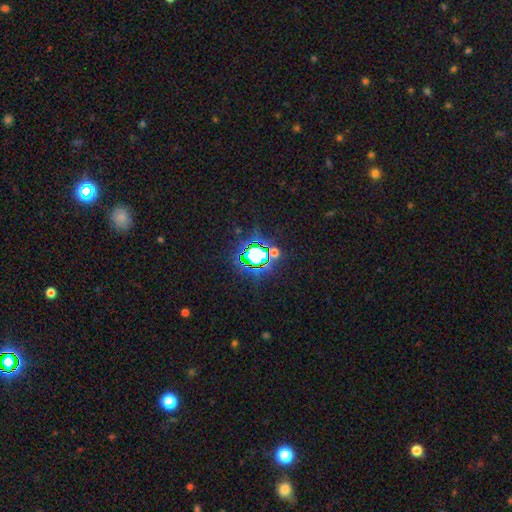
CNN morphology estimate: A star or artifact, not a galaxy (73%).

Vote fractions:
- Smooth or featured? star or artifact: 73% / smooth: 17% / featured or disk: 10%